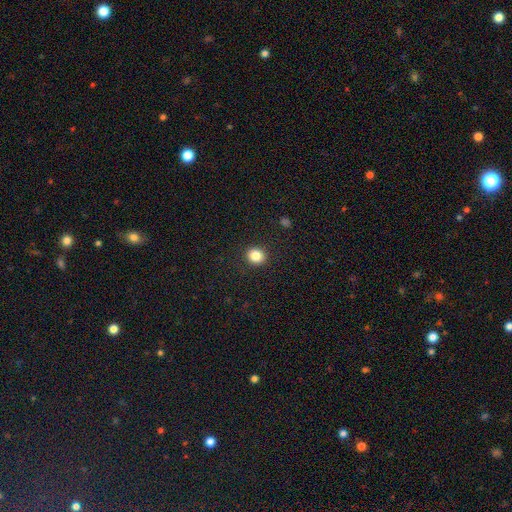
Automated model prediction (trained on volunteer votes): This appears to be a smooth galaxy with no disk features (84%) that is round (82%). Merging: none (91%).